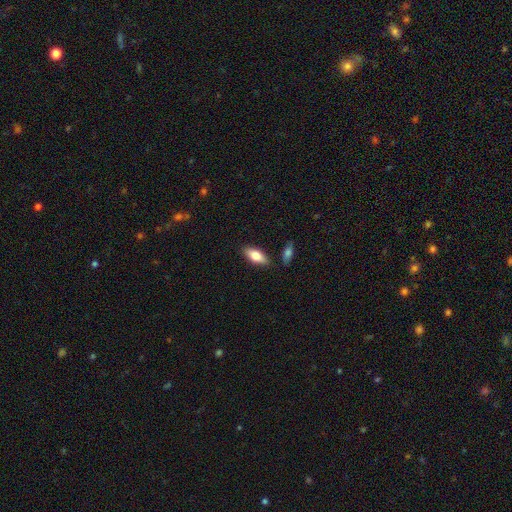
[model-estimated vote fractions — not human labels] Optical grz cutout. It shows a smooth galaxy with no disk features (75%) that is in between round and cigar-shaped (82%). Merging: none (84%).